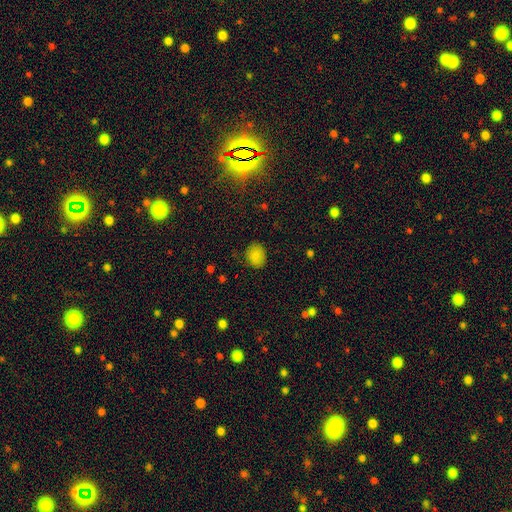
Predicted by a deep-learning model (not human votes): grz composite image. It shows a smooth galaxy with no disk features (84%) that is round (58%). Merging: none (81%).